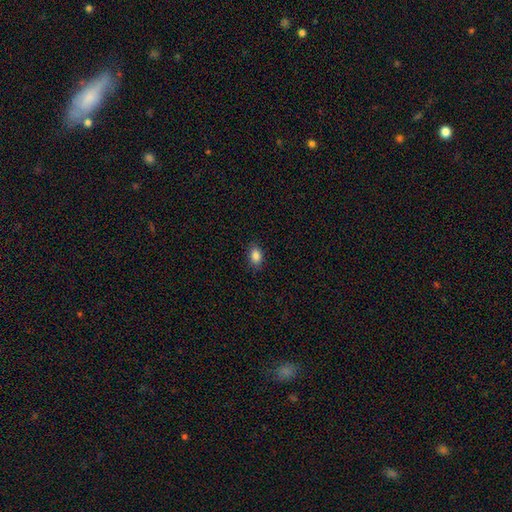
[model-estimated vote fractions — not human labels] Q: Smooth or featured?
A: smooth (87%); runner-up: star or artifact (9%)
Q: How rounded?
A: in between (84%); runner-up: round (14%)
Q: Merging?
A: none (85%); runner-up: minor disturbance (11%)